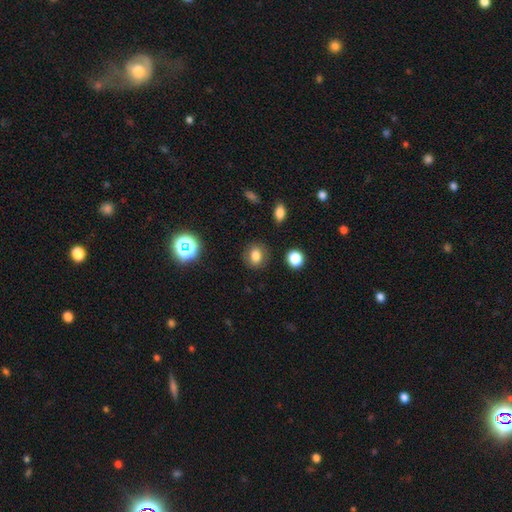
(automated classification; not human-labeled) Smooth or featured? Predicted: smooth (p=0.78). How rounded? Predicted: round (p=0.63). Merging? Predicted: none (p=0.85).